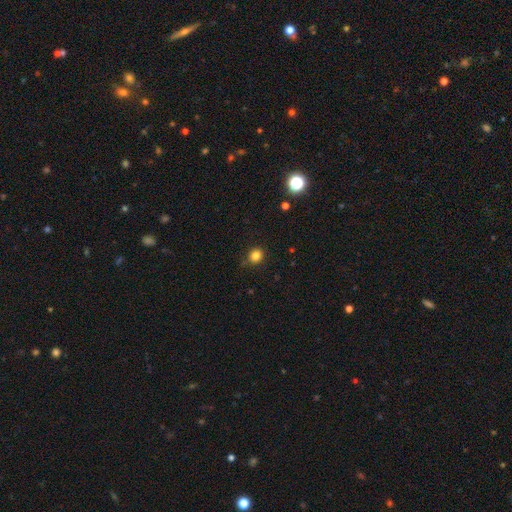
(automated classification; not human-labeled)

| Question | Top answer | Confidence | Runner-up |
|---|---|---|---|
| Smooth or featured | smooth | 82% | star or artifact (13%) |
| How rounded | round | 81% | in between (18%) |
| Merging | none | 82% | minor disturbance (14%) |